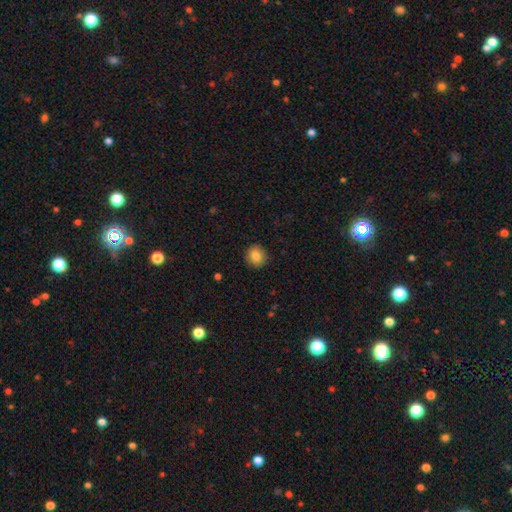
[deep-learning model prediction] Overall: smooth (84%). How rounded: round (86%). Merging: none (91%).